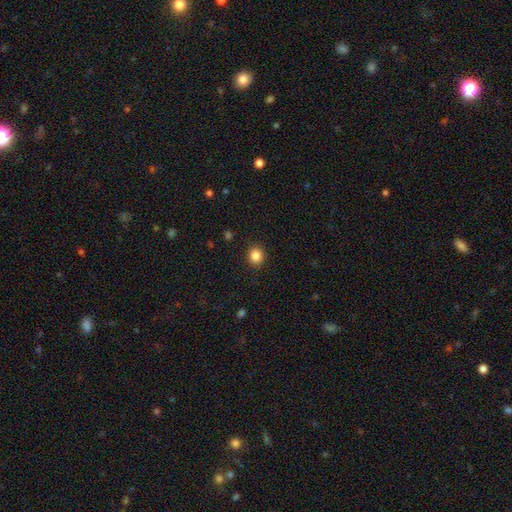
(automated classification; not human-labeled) smooth_or_featured: smooth (p=0.86) [alt: star or artifact p=0.11]
how_rounded: round (p=0.84) [alt: in between p=0.15]
merging: none (p=0.91) [alt: minor disturbance p=0.06]